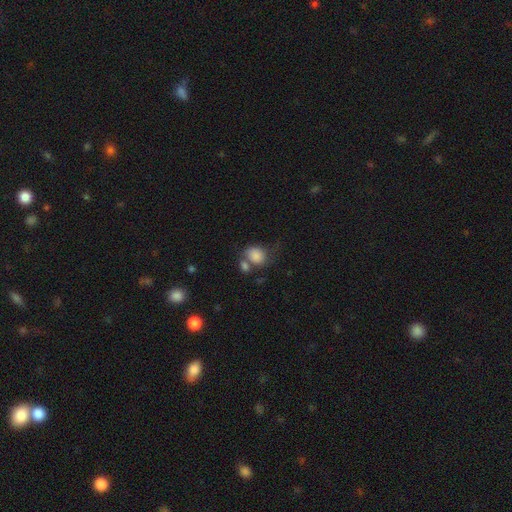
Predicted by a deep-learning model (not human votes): This is clearly a smooth galaxy (81%). How rounded: possibly round (55%). Merging: marginally none (38%).